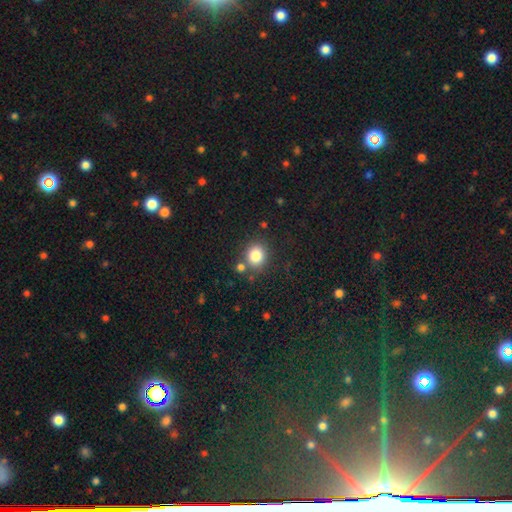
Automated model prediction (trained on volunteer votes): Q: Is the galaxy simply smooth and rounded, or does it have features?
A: smooth — 83%.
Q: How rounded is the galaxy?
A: round — 80%.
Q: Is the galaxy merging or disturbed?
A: none — 77%.